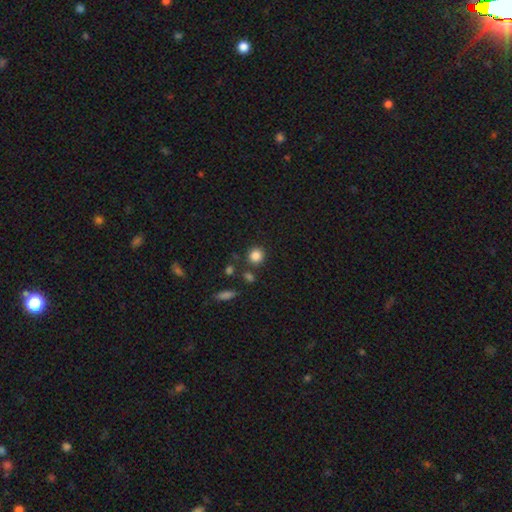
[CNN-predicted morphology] Smooth or featured? Predicted: smooth (p=0.85). How rounded? Predicted: round (p=0.90). Merging? Predicted: none (p=0.81).